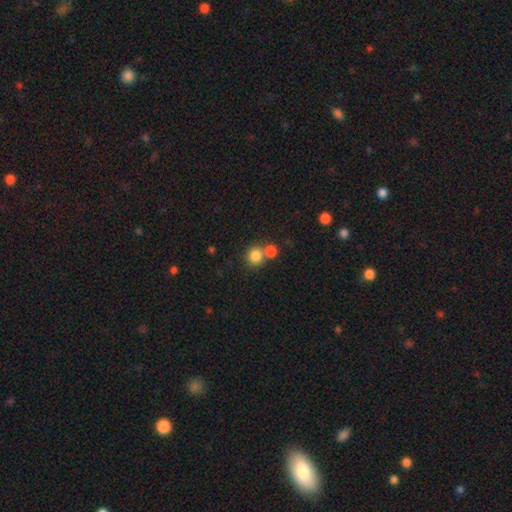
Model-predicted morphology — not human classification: Smooth or featured? Predicted: smooth (p=0.83). How rounded? Predicted: round (p=0.88). Merging? Predicted: none (p=0.54).